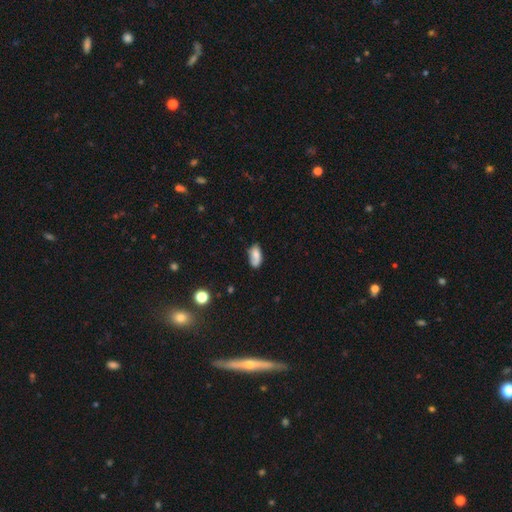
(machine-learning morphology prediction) smooth-or-featured: smooth: 72% | featured or disk: 19% | star or artifact: 9%
  how-rounded: in between: 90% | cigar-shaped: 5% | round: 5%
  merging: none: 51% | minor disturbance: 29% | major disturbance: 10% | merger: 10%